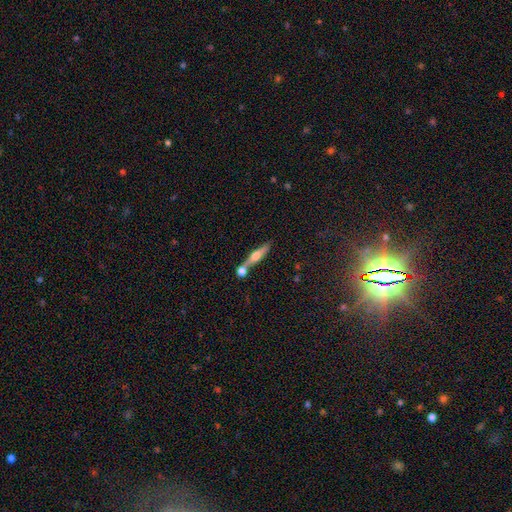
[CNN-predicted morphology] Smooth or featured?
  - featured or disk: 54% *
  - smooth: 38%
  - star or artifact: 7%
Edge-on disk?
  - yes: 93% *
  - no: 7%
Edge-on bulge?
  - rounded: 89% *
  - boxy: 6%
  - none: 5%
Merging?
  - none: 60% *
  - merger: 26%
  - minor disturbance: 10%
  - major disturbance: 4%